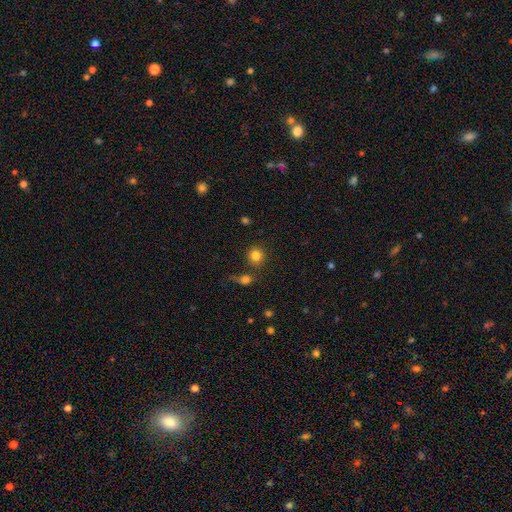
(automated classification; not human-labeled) Overall: smooth (82%). How rounded: round (88%). Merging: none (77%).